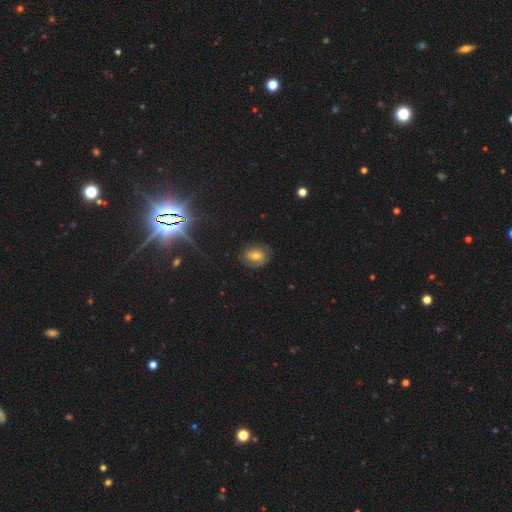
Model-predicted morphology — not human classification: A featured or disk galaxy (51%).

Vote fractions:
- Smooth or featured? featured or disk: 51% / smooth: 35% / star or artifact: 15%
- Edge-on disk? no: 96% / yes: 4%
- Merging? none: 77% / minor disturbance: 16% / major disturbance: 6% / merger: 1%